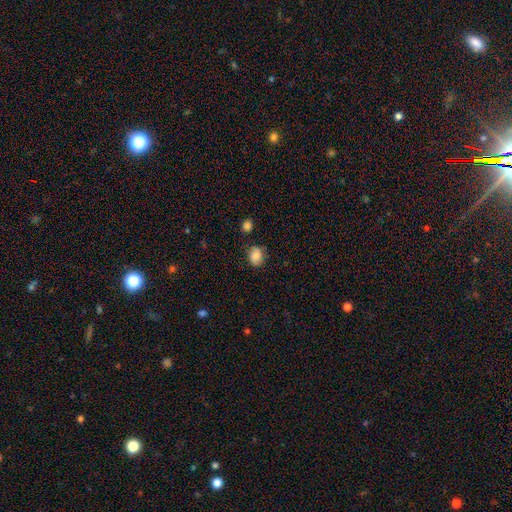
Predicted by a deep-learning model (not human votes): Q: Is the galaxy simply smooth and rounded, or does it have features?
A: smooth — 85%.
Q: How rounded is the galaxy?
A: in between — 57%.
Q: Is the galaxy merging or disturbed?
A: none — 71%.